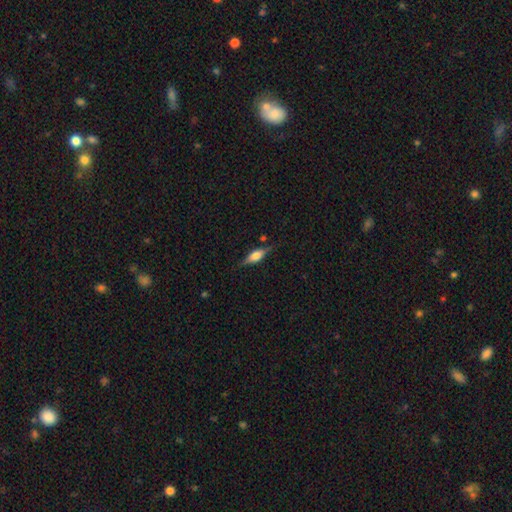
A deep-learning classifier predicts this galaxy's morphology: This appears to be a featured or disk galaxy (55%) viewed edge-on (93%) with a rounded central bulge (79%). Merging: none (77%).